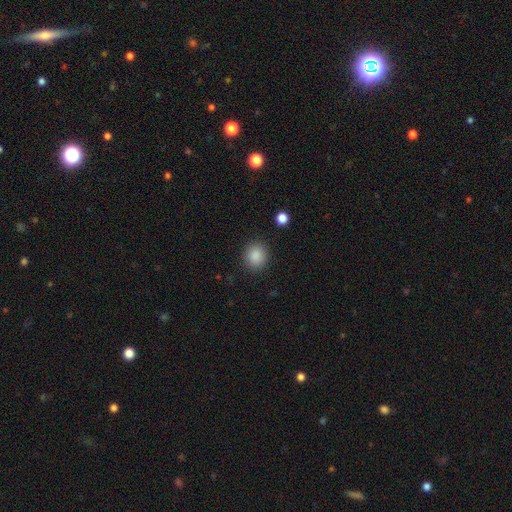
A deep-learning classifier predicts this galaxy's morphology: This is clearly a smooth galaxy (87%). How rounded: likely round (77%). Merging: clearly none (88%).